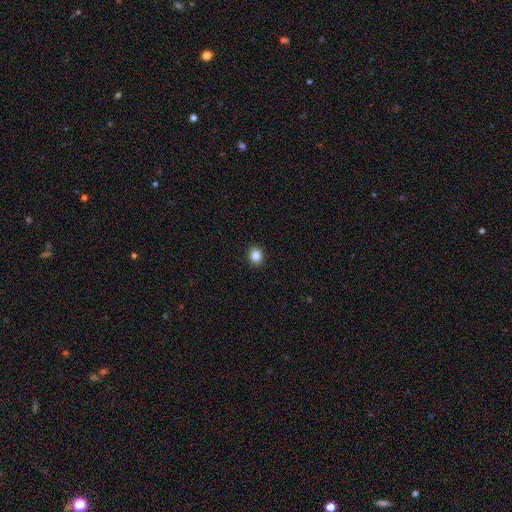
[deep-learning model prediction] Overall: smooth (85%). How rounded: round (72%). Merging: none (92%).